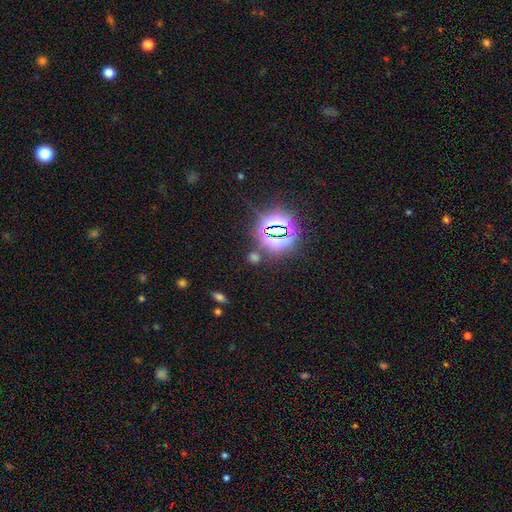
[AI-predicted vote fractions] Q: Smooth or featured?
A: star or artifact (73%); runner-up: smooth (19%)